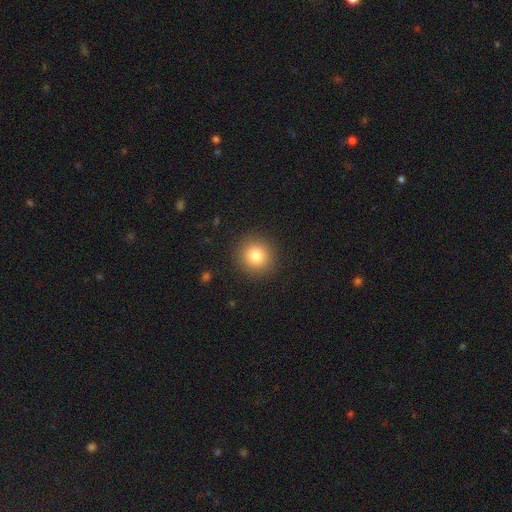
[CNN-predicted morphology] This is clearly a smooth galaxy (81%). How rounded: clearly round (93%). Merging: clearly none (91%).